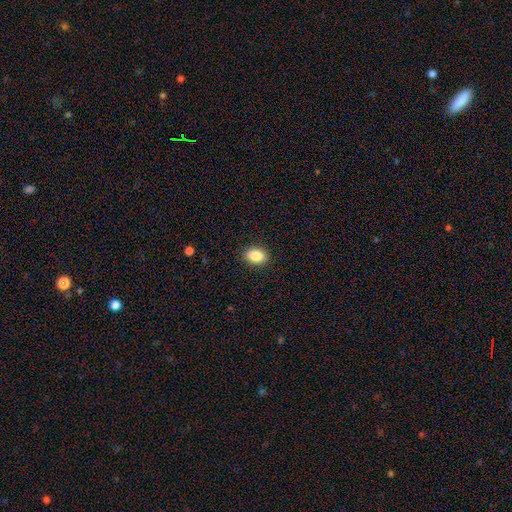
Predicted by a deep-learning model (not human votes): Morphology: type=smooth (86%); roundness=in between (80%); merging=none (89%).